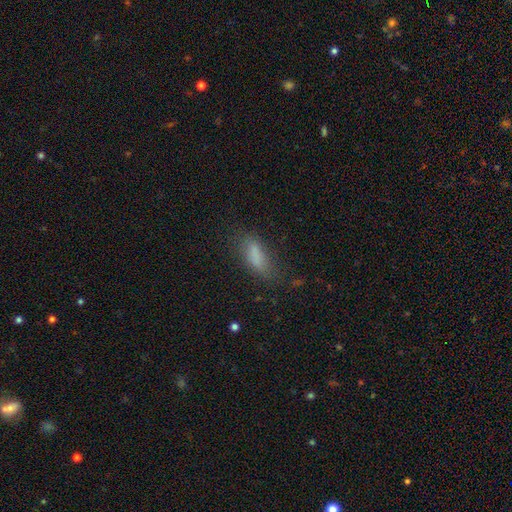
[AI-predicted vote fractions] smooth 76%, featured or disk 13%, star or artifact 11%. Down the decision tree: how rounded — in between (62%); merging — none (60%).